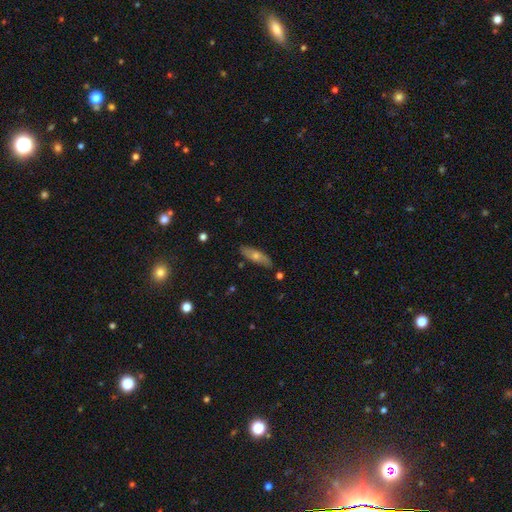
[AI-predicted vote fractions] Morphology: type=smooth (50%); merging=none (83%).